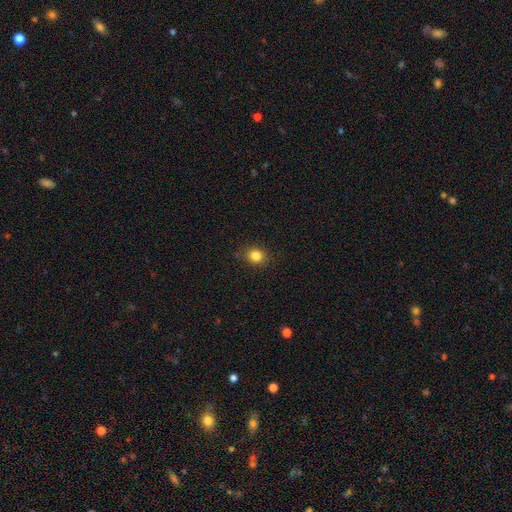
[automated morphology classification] The model was most divided on "how rounded": round: 66%, in between: 33%, cigar-shaped: 1%. More confident: merging — none (85%); smooth or featured — smooth (83%).